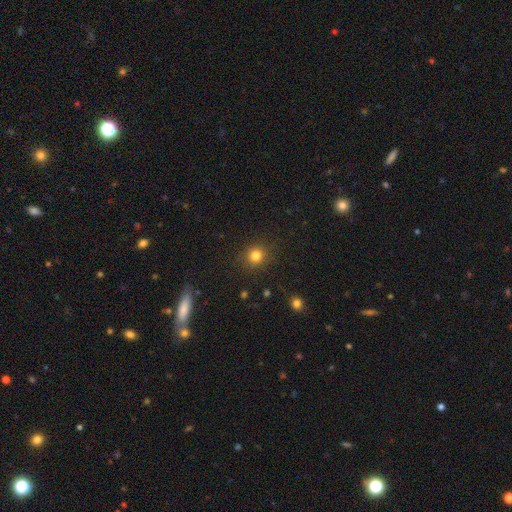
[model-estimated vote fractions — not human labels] Smooth or featured? smooth (82%)
How rounded? round (89%)
Merging? none (89%)